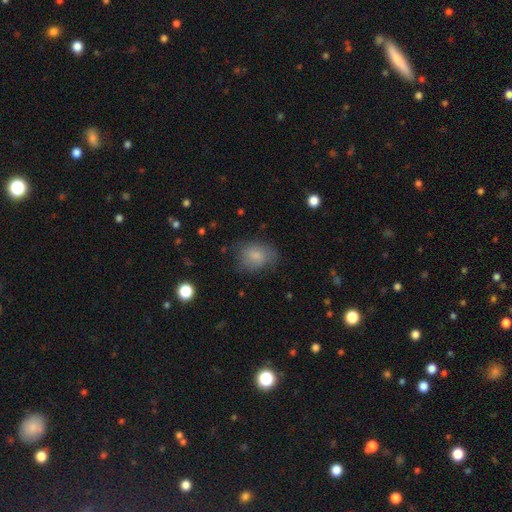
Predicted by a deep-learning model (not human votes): smooth_or_featured: smooth (p=0.77) [alt: featured or disk p=0.14]
how_rounded: in between (p=0.62) [alt: round p=0.37]
merging: none (p=0.61) [alt: minor disturbance p=0.27]